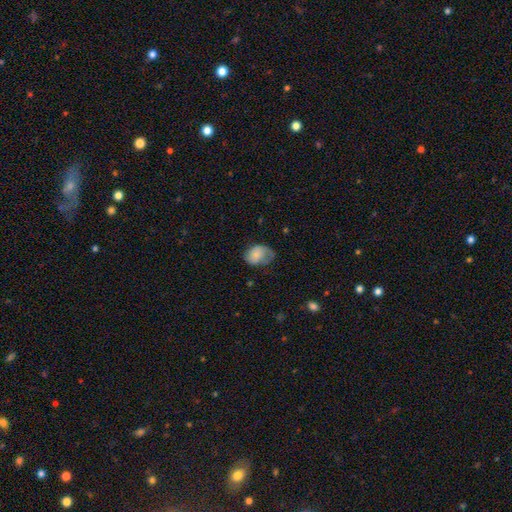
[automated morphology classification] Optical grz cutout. It shows a smooth galaxy with no disk features (72%) that is in between round and cigar-shaped (71%). Merging: none (36%).